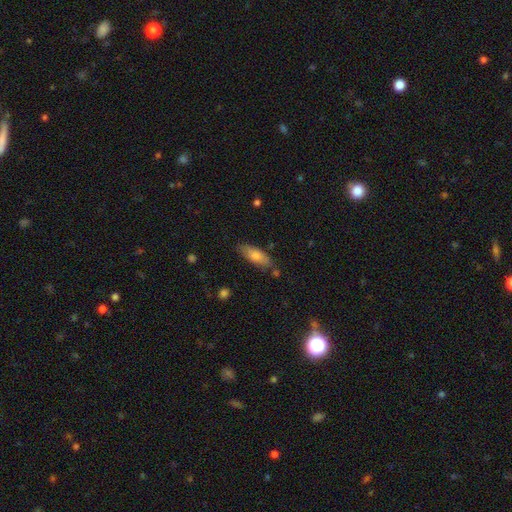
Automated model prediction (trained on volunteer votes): Morphology: type=smooth (74%); roundness=in between (64%); merging=none (75%).